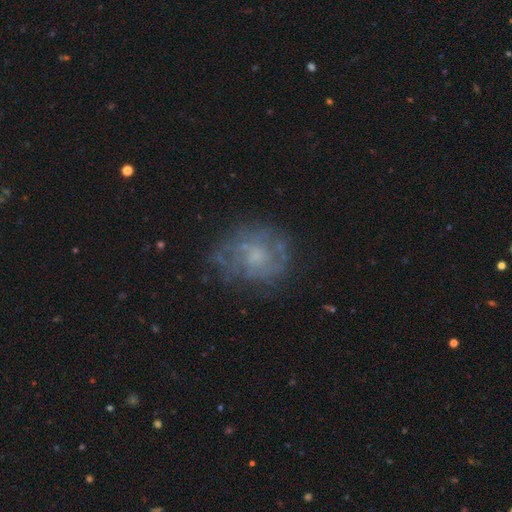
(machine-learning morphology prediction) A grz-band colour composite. It shows a featured or disk galaxy (64%) with no bar (76%), spiral arms (64%) and a small central bulge (33%). Merging: none (69%).